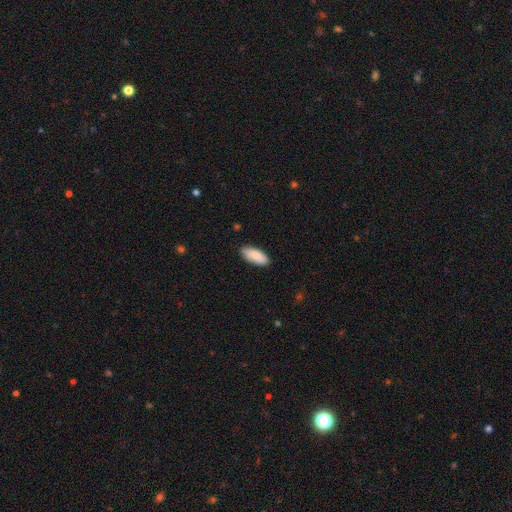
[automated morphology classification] Q: Smooth or featured?
A: smooth (87%); runner-up: featured or disk (8%)
Q: How rounded?
A: in between (84%); runner-up: cigar-shaped (14%)
Q: Merging?
A: none (88%); runner-up: minor disturbance (9%)